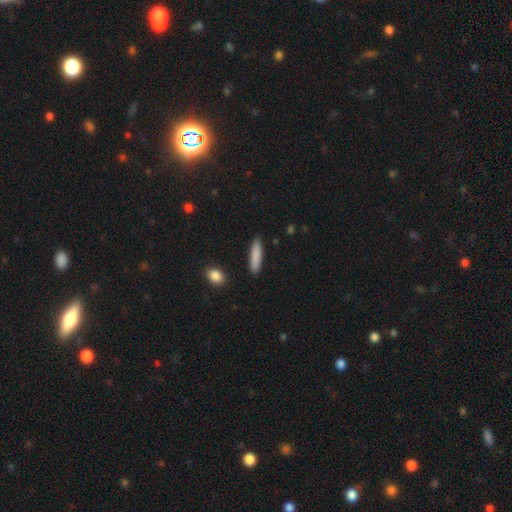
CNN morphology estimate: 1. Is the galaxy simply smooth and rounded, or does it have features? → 86% smooth, 8% featured or disk, 6% star or artifact.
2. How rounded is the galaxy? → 80% cigar-shaped, 19% in between, 2% round.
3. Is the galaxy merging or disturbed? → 89% none, 8% minor disturbance, 2% major disturbance, 2% merger.